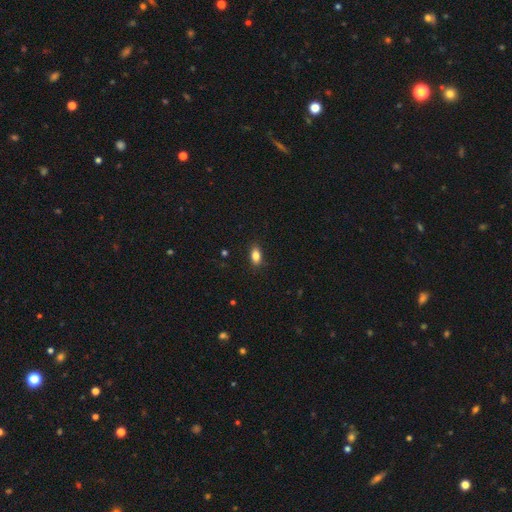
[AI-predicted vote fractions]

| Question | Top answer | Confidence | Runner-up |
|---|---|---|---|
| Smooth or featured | smooth | 84% | star or artifact (9%) |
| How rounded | in between | 87% | round (8%) |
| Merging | none | 87% | minor disturbance (10%) |